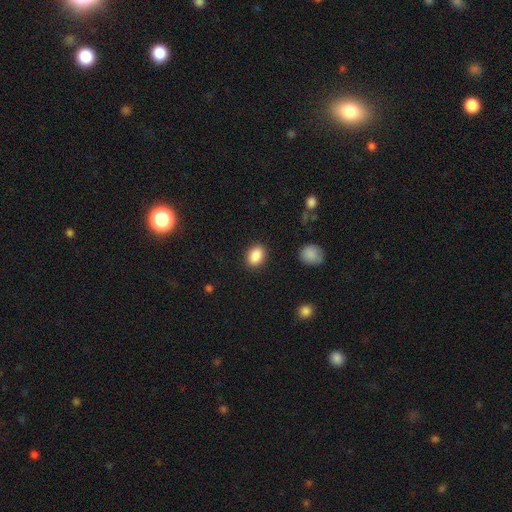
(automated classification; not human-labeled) A smooth galaxy with no disk features (89%) that is in between round and cigar-shaped (76%).

Vote fractions:
- Smooth or featured? smooth: 89% / star or artifact: 8% / featured or disk: 3%
- How rounded? in between: 76% / round: 23% / cigar-shaped: 1%
- Merging? none: 88% / minor disturbance: 8% / major disturbance: 2% / merger: 1%